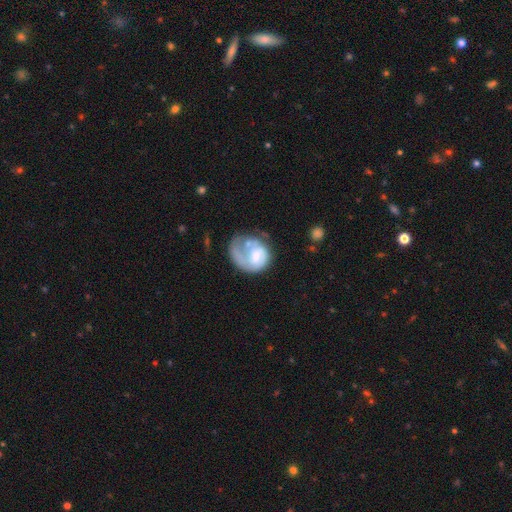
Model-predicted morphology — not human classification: Q: Smooth or featured?
A: featured or disk (57%); runner-up: smooth (37%)
Q: Edge-on disk?
A: no (98%); runner-up: yes (2%)
Q: Bar?
A: no (68%); runner-up: weak (27%)
Q: Spiral arms?
A: yes (63%); runner-up: no (37%)
Q: Bulge size?
A: moderate (42%); runner-up: small (34%)
Q: Merging?
A: major disturbance (40%); runner-up: none (30%)